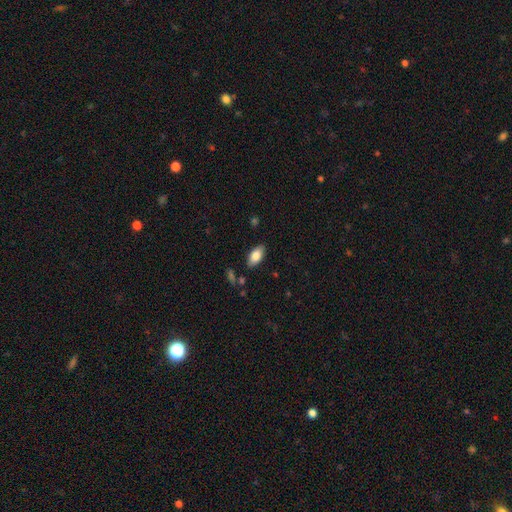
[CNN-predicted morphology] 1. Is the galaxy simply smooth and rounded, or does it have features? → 81% smooth, 12% featured or disk, 7% star or artifact.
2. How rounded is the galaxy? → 92% in between, 6% cigar-shaped, 3% round.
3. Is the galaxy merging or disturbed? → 86% none, 10% minor disturbance, 2% major disturbance, 2% merger.